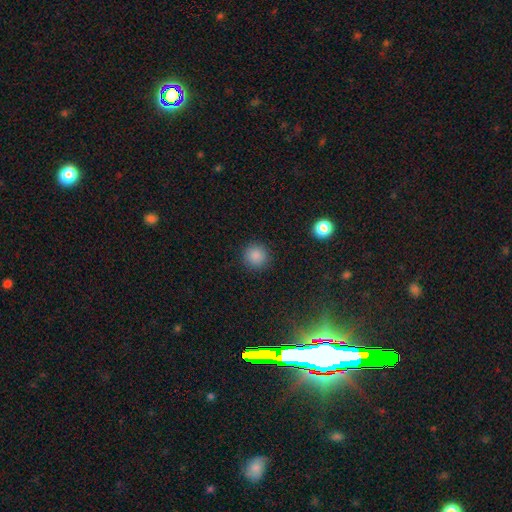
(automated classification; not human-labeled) smooth-or-featured: smooth: 86% | star or artifact: 11% | featured or disk: 3%
  how-rounded: round: 95% | in between: 4% | cigar-shaped: 1%
  merging: none: 91% | minor disturbance: 6% | major disturbance: 2% | merger: 1%